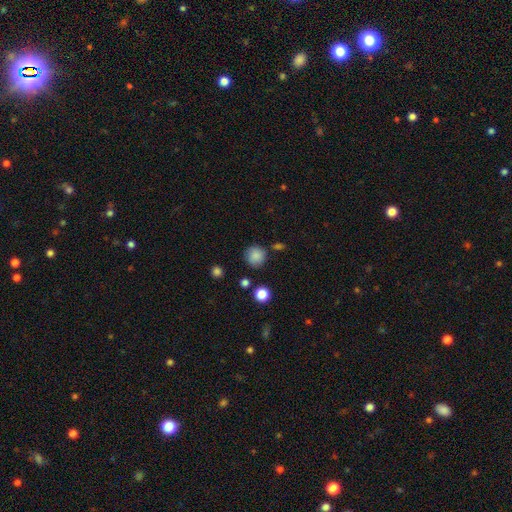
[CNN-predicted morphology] The model was most divided on "merging": none: 81%, minor disturbance: 11%, merger: 4%, major disturbance: 3%. More confident: how rounded — round (93%); smooth or featured — smooth (86%).